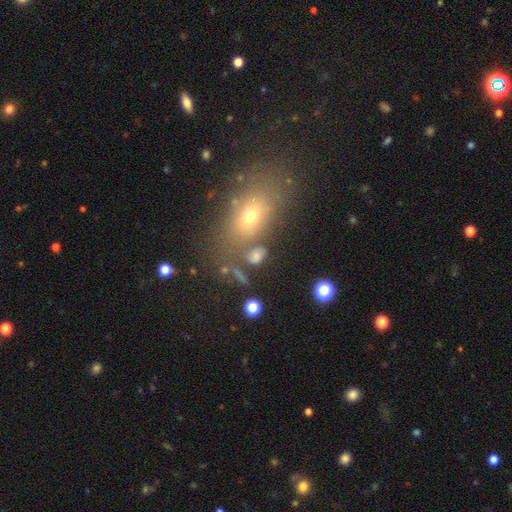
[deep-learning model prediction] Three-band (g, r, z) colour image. It shows a smooth galaxy with no disk features (60%) that is in between round and cigar-shaped (64%). Merging: none (63%).